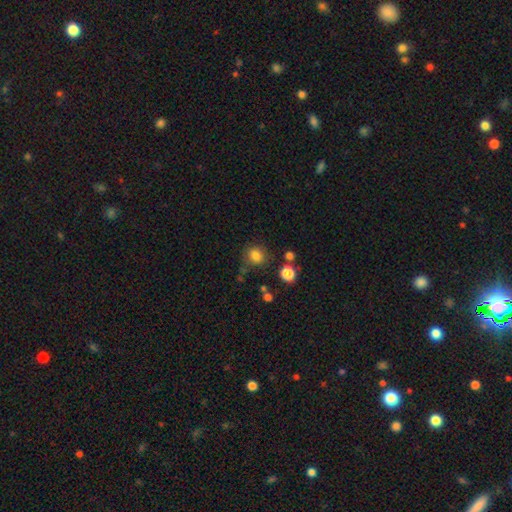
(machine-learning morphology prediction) smooth 80%, star or artifact 13%, featured or disk 6%. Down the decision tree: how rounded — round (77%); merging — none (74%).